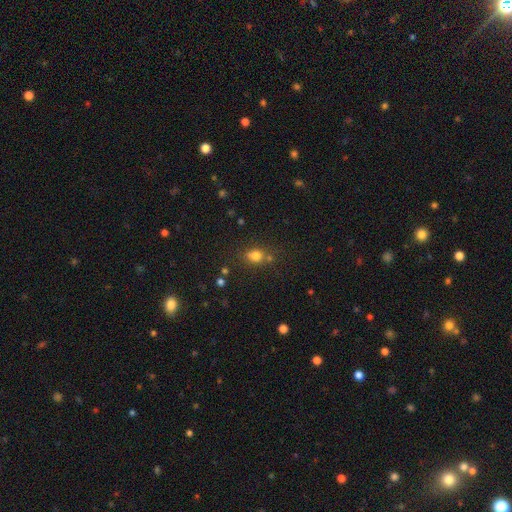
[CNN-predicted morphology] Smooth or featured? Predicted: smooth (p=0.77). How rounded? Predicted: round (p=0.51). Merging? Predicted: none (p=0.64).